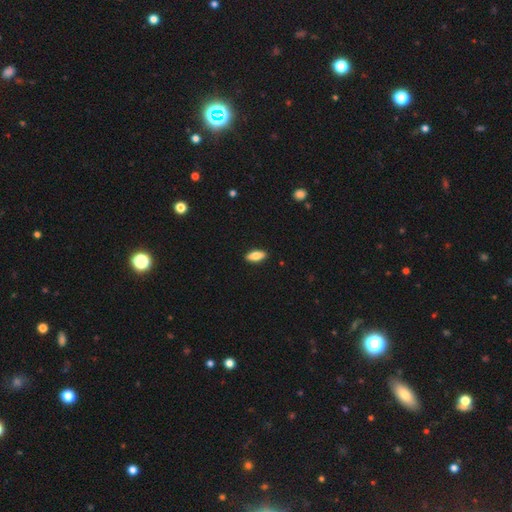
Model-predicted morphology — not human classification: The model was most divided on "smooth or featured": smooth: 77%, featured or disk: 16%, star or artifact: 6%. More confident: merging — none (90%); how rounded — in between (82%).